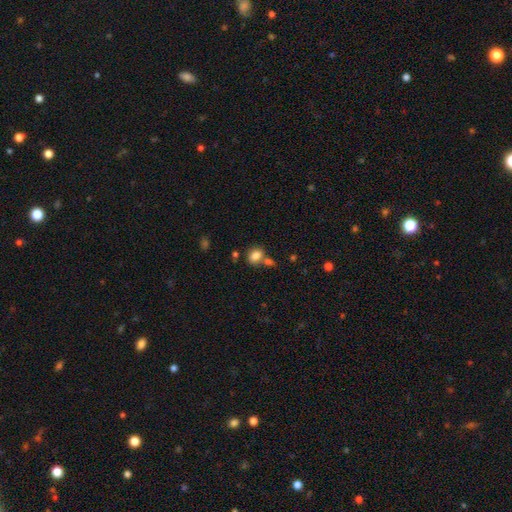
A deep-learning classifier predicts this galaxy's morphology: smooth-or-featured: smooth: 83% | star or artifact: 10% | featured or disk: 7%
  how-rounded: in between: 61% | round: 38% | cigar-shaped: 1%
  merging: none: 52% | merger: 30% | minor disturbance: 13% | major disturbance: 5%